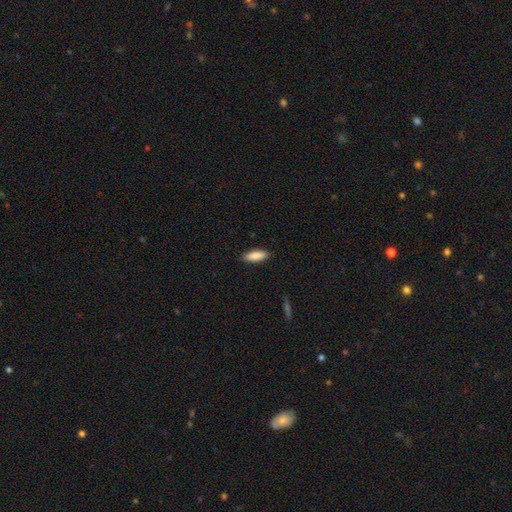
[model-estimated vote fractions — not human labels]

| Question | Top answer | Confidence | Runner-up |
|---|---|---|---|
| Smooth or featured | smooth | 87% | featured or disk (7%) |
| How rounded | in between | 60% | cigar-shaped (38%) |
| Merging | none | 89% | minor disturbance (9%) |